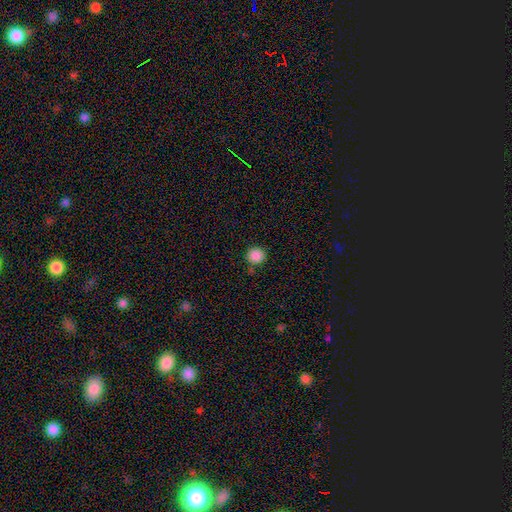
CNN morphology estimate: type=smooth (88%); roundness=round (93%); merging=none (86%).